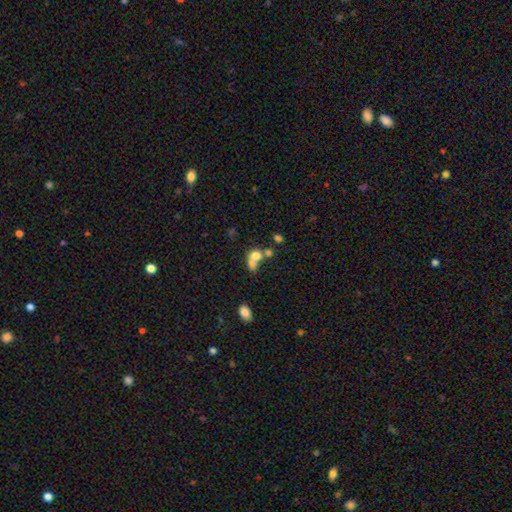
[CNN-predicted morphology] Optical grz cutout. It shows a smooth galaxy with no disk features (70%) that is round (62%). Merging: merger (63%).